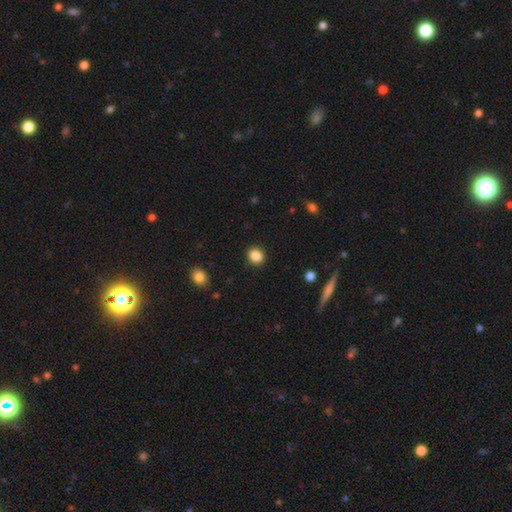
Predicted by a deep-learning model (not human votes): smooth 87%, star or artifact 10%, featured or disk 4%. Down the decision tree: how rounded — round (64%); merging — none (89%).